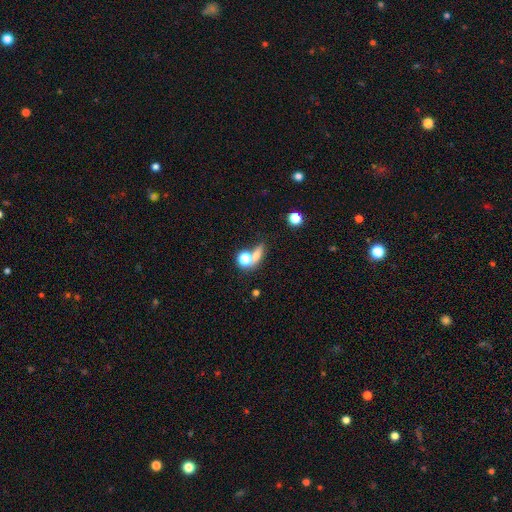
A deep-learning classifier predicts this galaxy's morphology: Q: Smooth or featured?
A: smooth (63%); runner-up: star or artifact (20%)
Q: How rounded?
A: in between (42%); runner-up: round (39%)
Q: Merging?
A: none (46%); runner-up: merger (35%)